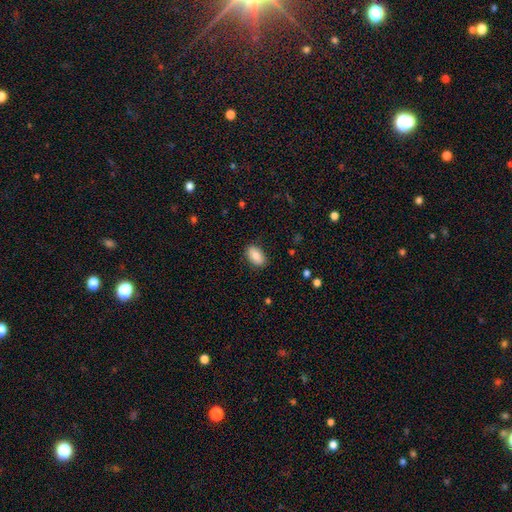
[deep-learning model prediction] Smooth or featured? Predicted: smooth (p=0.83). How rounded? Predicted: in between (p=0.91). Merging? Predicted: none (p=0.85).